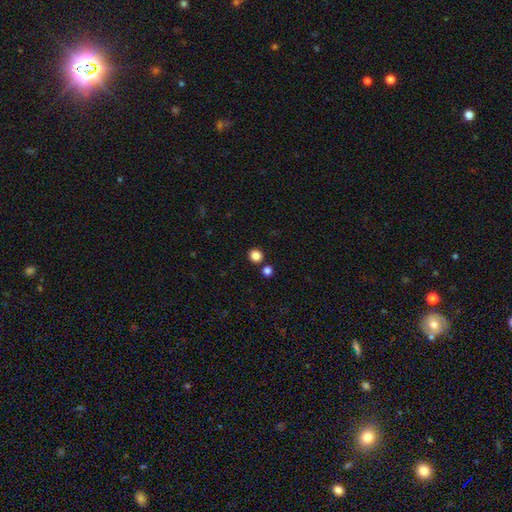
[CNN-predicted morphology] Q: Smooth or featured?
A: smooth (84%); runner-up: star or artifact (12%)
Q: How rounded?
A: round (90%); runner-up: in between (9%)
Q: Merging?
A: none (85%); runner-up: merger (7%)